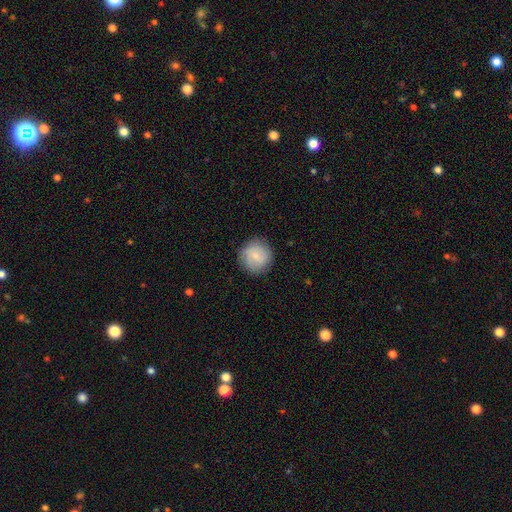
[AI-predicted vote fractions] Smooth or featured: smooth — 72% (featured or disk — 21%)
How rounded: round — 94% (in between — 5%)
Merging: none — 85% (minor disturbance — 11%)